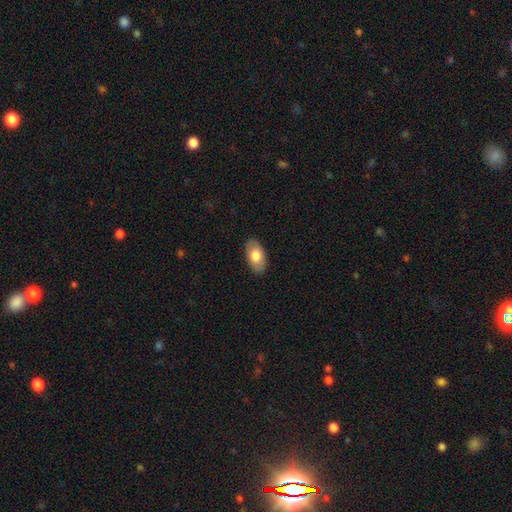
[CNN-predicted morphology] Smooth or featured?
  - smooth: 73% *
  - featured or disk: 21%
  - star or artifact: 6%
How rounded?
  - in between: 94% *
  - round: 4%
  - cigar-shaped: 2%
Merging?
  - none: 87% *
  - minor disturbance: 10%
  - major disturbance: 2%
  - merger: 1%